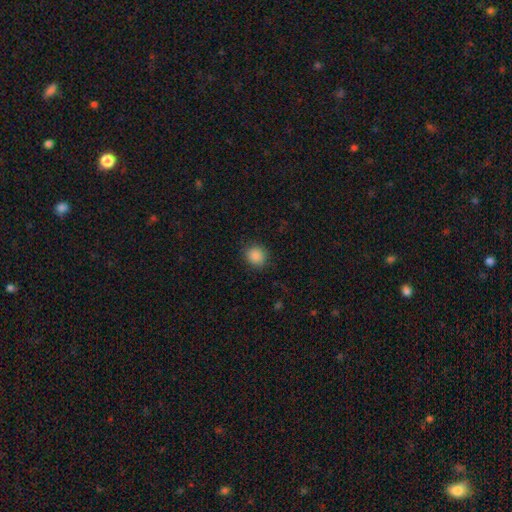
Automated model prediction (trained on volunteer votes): Smooth or featured? smooth (87%)
How rounded? round (81%)
Merging? none (87%)